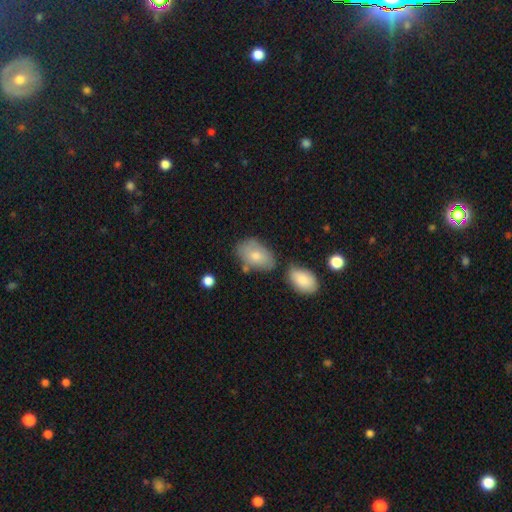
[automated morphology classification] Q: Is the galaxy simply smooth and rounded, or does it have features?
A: smooth — 73%.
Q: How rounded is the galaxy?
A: in between — 89%.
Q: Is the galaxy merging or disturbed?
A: none — 57%.